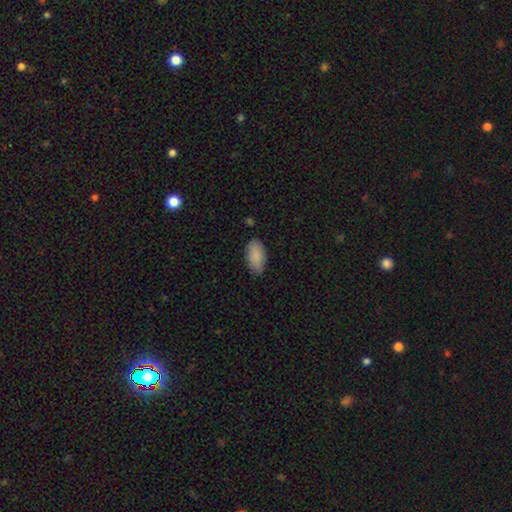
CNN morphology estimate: smooth_or_featured: smooth (p=0.88) [alt: star or artifact p=0.07]
how_rounded: in between (p=0.94) [alt: cigar-shaped p=0.03]
merging: none (p=0.79) [alt: minor disturbance p=0.17]